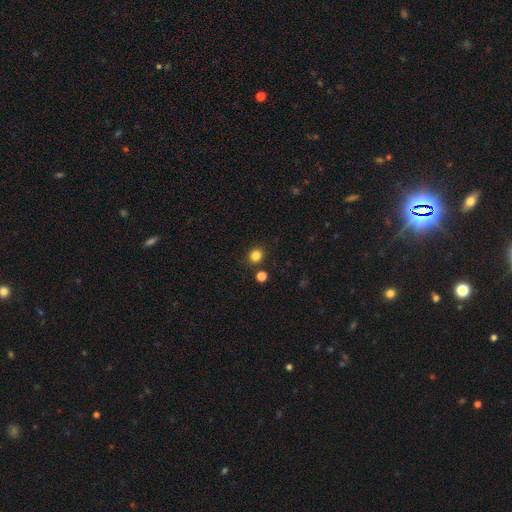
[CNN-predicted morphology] This appears to be a smooth galaxy with no disk features (83%) that is round (83%). Merging: none (86%).